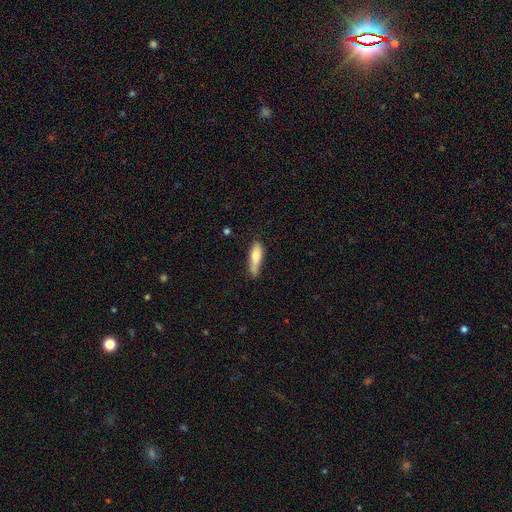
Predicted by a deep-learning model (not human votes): Smooth or featured? Predicted: smooth (p=0.75). How rounded? Predicted: cigar-shaped (p=0.62). Merging? Predicted: none (p=0.54).